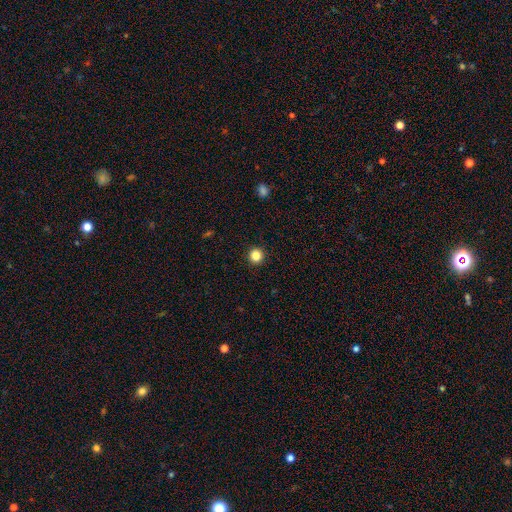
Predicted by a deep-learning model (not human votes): Q: Smooth or featured?
A: smooth (85%); runner-up: star or artifact (11%)
Q: How rounded?
A: round (95%); runner-up: in between (4%)
Q: Merging?
A: none (93%); runner-up: minor disturbance (4%)